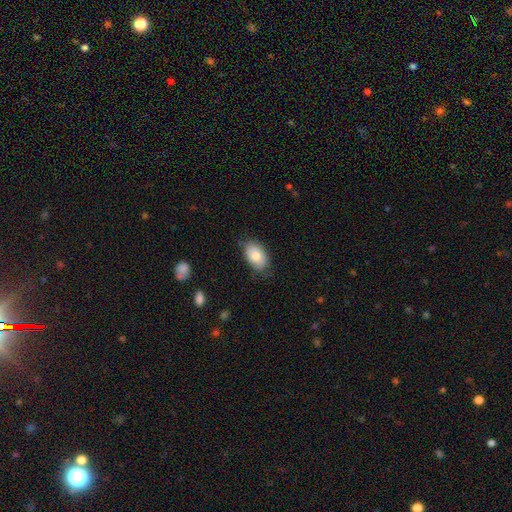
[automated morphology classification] Overall: smooth (77%). How rounded: in between (90%). Merging: none (75%).